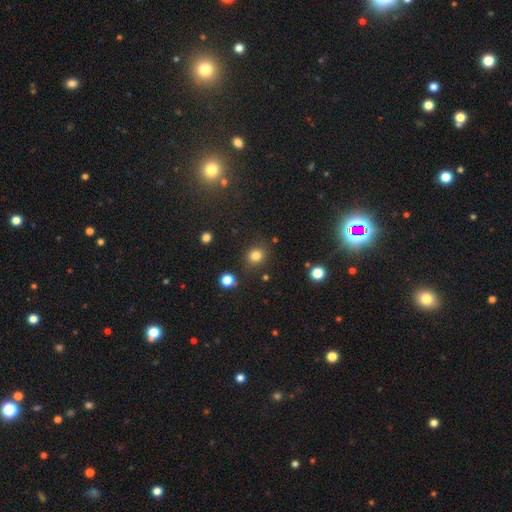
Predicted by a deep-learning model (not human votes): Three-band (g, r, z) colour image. It shows a smooth galaxy with no disk features (81%) that is round (85%). Merging: none (84%).